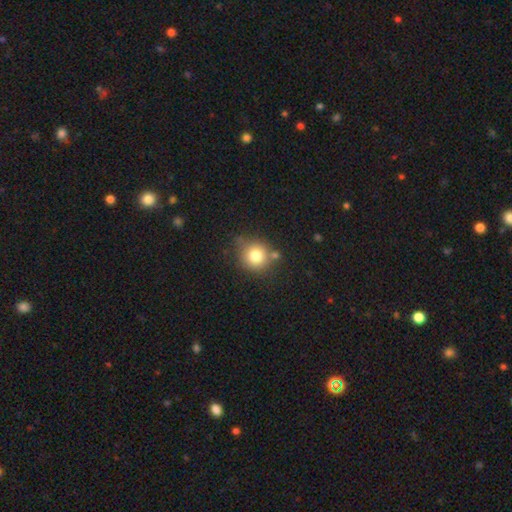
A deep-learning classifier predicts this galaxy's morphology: A smooth galaxy with no disk features (79%) that is round (89%).

Vote fractions:
- Smooth or featured? smooth: 79% / star or artifact: 11% / featured or disk: 10%
- How rounded? round: 89% / in between: 10% / cigar-shaped: 1%
- Merging? none: 67% / minor disturbance: 17% / merger: 11% / major disturbance: 5%